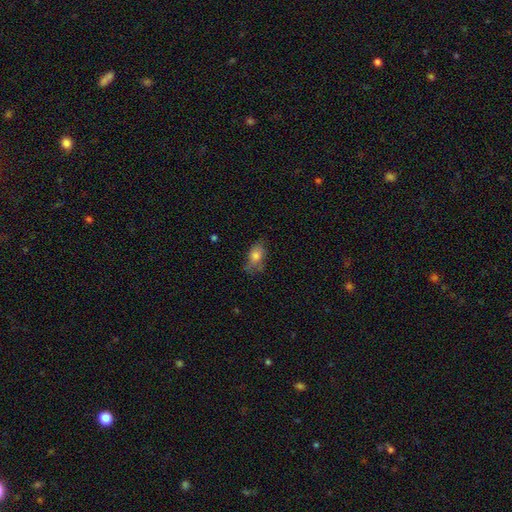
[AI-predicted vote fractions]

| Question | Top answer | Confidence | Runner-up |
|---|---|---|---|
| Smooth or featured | smooth | 74% | featured or disk (17%) |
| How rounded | in between | 84% | round (12%) |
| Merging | none | 50% | minor disturbance (32%) |